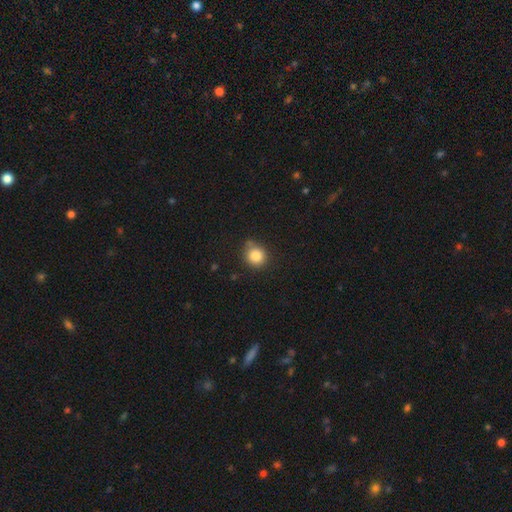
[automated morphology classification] smooth-or-featured: smooth: 85% | star or artifact: 10% | featured or disk: 5%
  how-rounded: round: 88% | in between: 11% | cigar-shaped: 1%
  merging: none: 74% | minor disturbance: 17% | merger: 5% | major disturbance: 4%